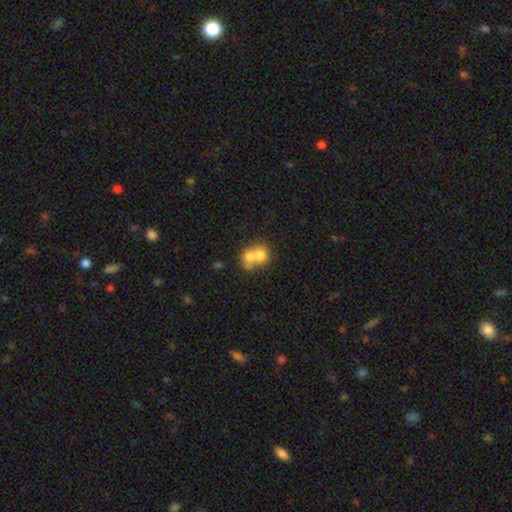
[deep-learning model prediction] smooth 67%, featured or disk 24%, star or artifact 9%. Down the decision tree: how rounded — round (65%); merging — merger (71%).